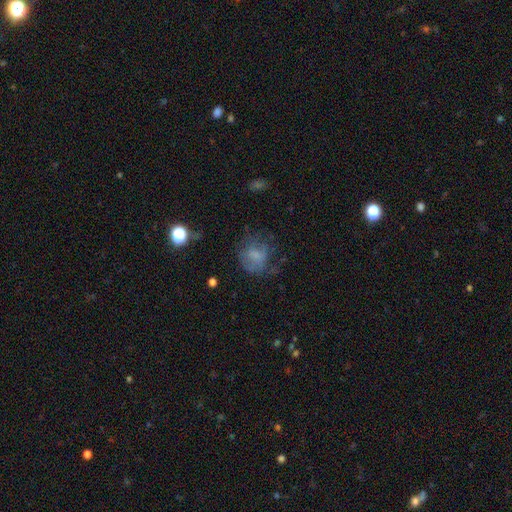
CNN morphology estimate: Q: Smooth or featured?
A: smooth (57%); runner-up: featured or disk (30%)
Q: How rounded?
A: round (66%); runner-up: in between (33%)
Q: Merging?
A: none (48%); runner-up: major disturbance (26%)